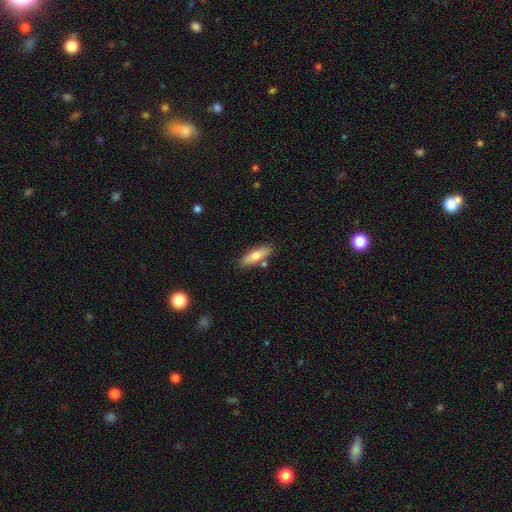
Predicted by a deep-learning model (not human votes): This appears to be a smooth galaxy with no disk features (69%) that is cigar-shaped (50%). Merging: none (80%).